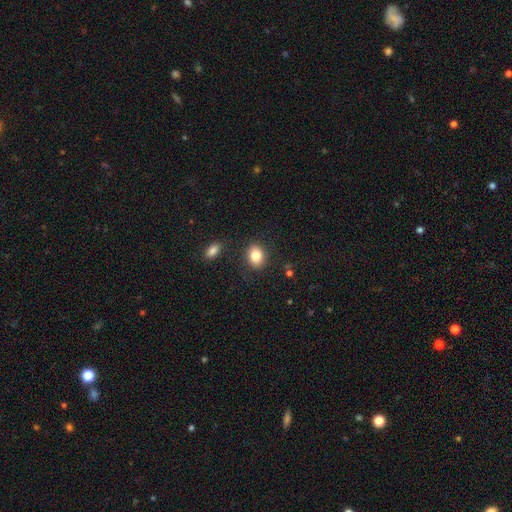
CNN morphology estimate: This is clearly a smooth galaxy (83%). How rounded: likely in between (65%). Merging: clearly none (85%).